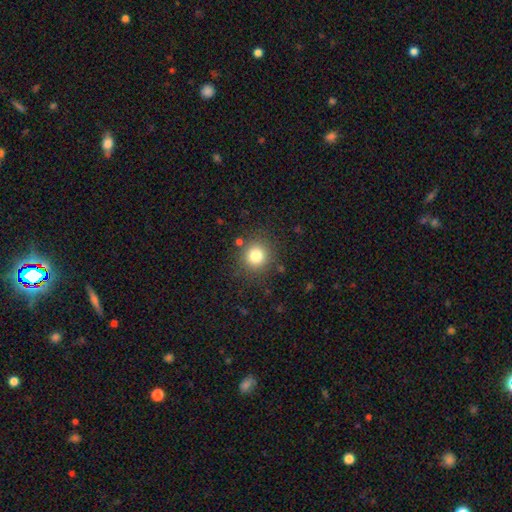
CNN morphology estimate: A smooth galaxy with no disk features (79%) that is round (92%).

Vote fractions:
- Smooth or featured? smooth: 79% / star or artifact: 13% / featured or disk: 7%
- How rounded? round: 92% / in between: 7% / cigar-shaped: 1%
- Merging? none: 86% / minor disturbance: 8% / major disturbance: 3% / merger: 3%